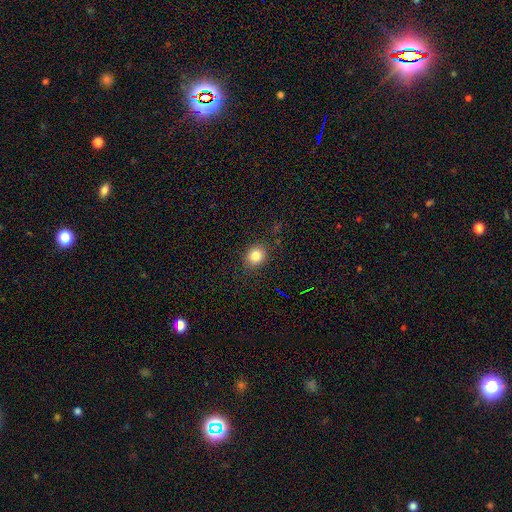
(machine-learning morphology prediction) smooth_or_featured: smooth (p=0.83) [alt: star or artifact p=0.11]
how_rounded: round (p=0.67) [alt: in between p=0.32]
merging: none (p=0.85) [alt: minor disturbance p=0.10]